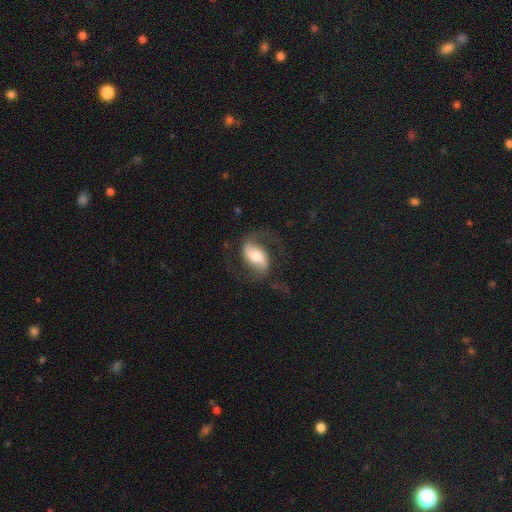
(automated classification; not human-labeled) A featured or disk galaxy (66%) with a strong bar (39%), 2 (87%) loose (50%) spiral arms (88%) and a moderate central bulge (62%). Merging: none (65%).